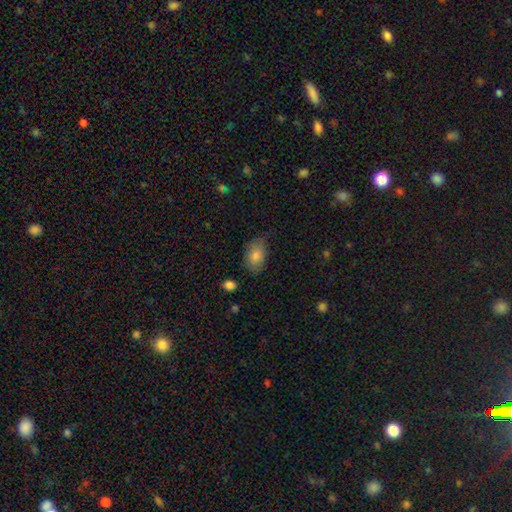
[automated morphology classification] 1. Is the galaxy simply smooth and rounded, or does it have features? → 80% smooth, 12% featured or disk, 8% star or artifact.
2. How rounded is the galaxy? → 86% in between, 13% round, 1% cigar-shaped.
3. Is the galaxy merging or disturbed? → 68% none, 25% minor disturbance, 5% major disturbance, 1% merger.